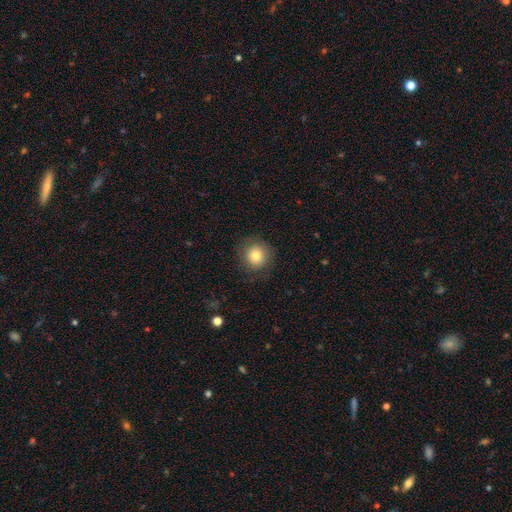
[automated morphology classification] Smooth or featured?
  - smooth: 79% *
  - featured or disk: 11%
  - star or artifact: 10%
How rounded?
  - round: 92% *
  - in between: 7%
  - cigar-shaped: 1%
Merging?
  - none: 84% *
  - minor disturbance: 11%
  - major disturbance: 4%
  - merger: 1%